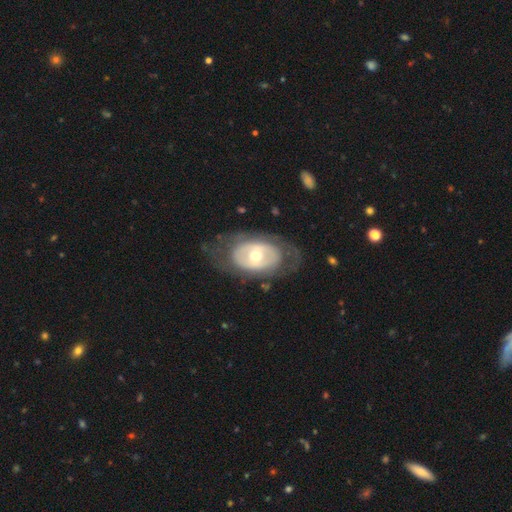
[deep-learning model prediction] Smooth or featured?
  - featured or disk: 64% *
  - smooth: 31%
  - star or artifact: 5%
Edge-on disk?
  - no: 92% *
  - yes: 8%
Bar?
  - no: 70% *
  - weak: 21%
  - strong: 10%
Spiral arms?
  - no: 71% *
  - yes: 29%
Bulge size?
  - moderate: 65% *
  - small: 26%
  - large: 6%
  - dominant: 1%
  - none: 1%
Merging?
  - none: 68% *
  - minor disturbance: 17%
  - major disturbance: 13%
  - merger: 1%